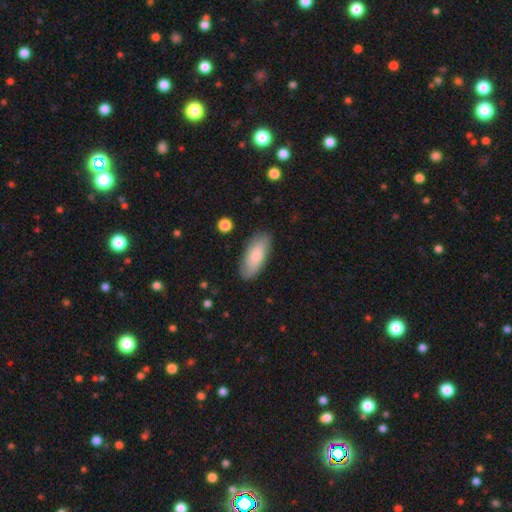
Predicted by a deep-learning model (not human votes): smooth_or_featured: smooth (p=0.76) [alt: featured or disk p=0.18]
how_rounded: in between (p=0.81) [alt: cigar-shaped p=0.16]
merging: none (p=0.84) [alt: minor disturbance p=0.12]